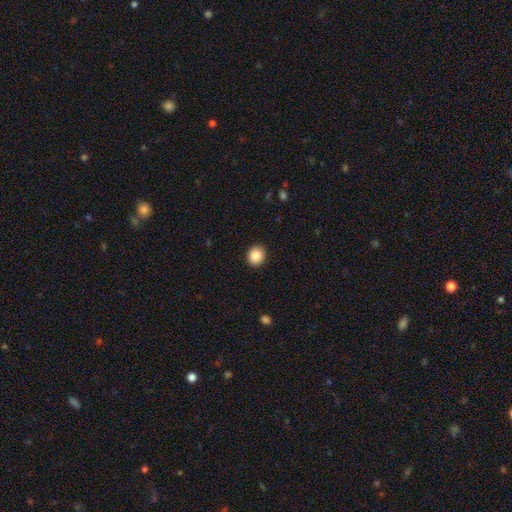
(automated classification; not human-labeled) This is clearly a smooth galaxy (88%). How rounded: clearly round (87%). Merging: clearly none (92%).